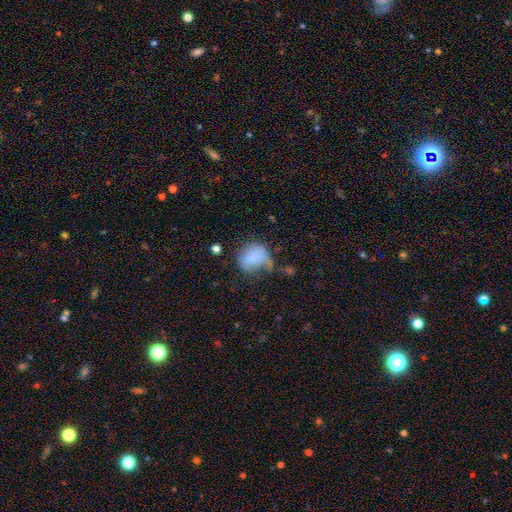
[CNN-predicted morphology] Smooth or featured: smooth — 78% (featured or disk — 13%)
How rounded: round — 58% (in between — 41%)
Merging: none — 35% (minor disturbance — 33%)